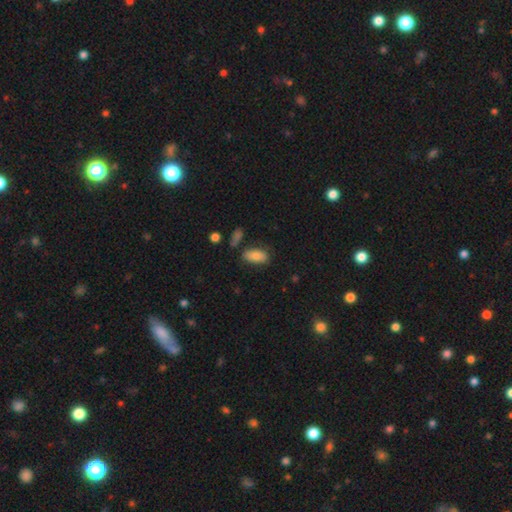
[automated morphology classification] Smooth or featured? Predicted: smooth (p=0.80). How rounded? Predicted: in between (p=0.91). Merging? Predicted: none (p=0.72).